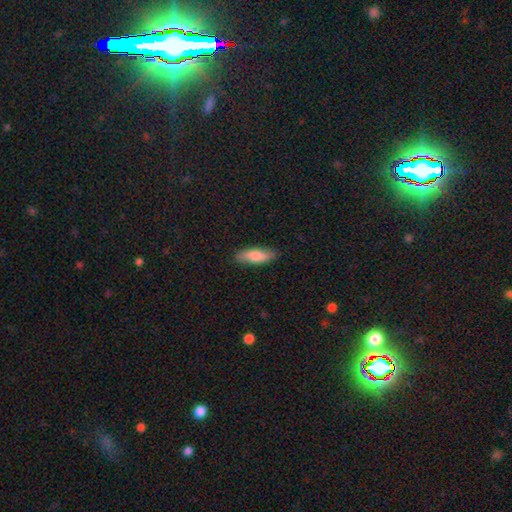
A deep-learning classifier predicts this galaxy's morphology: smooth-or-featured: smooth: 79% | featured or disk: 15% | star or artifact: 6%
  how-rounded: in between: 54% | cigar-shaped: 44% | round: 2%
  merging: none: 85% | minor disturbance: 11% | major disturbance: 2% | merger: 1%